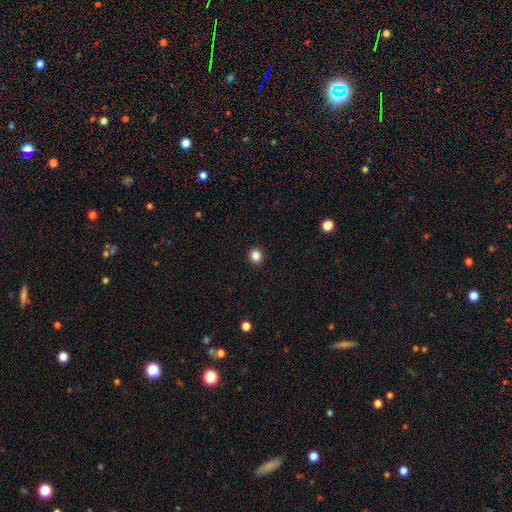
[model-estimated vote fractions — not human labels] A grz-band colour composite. It shows a smooth galaxy with no disk features (85%) that is round (78%). Merging: none (92%).